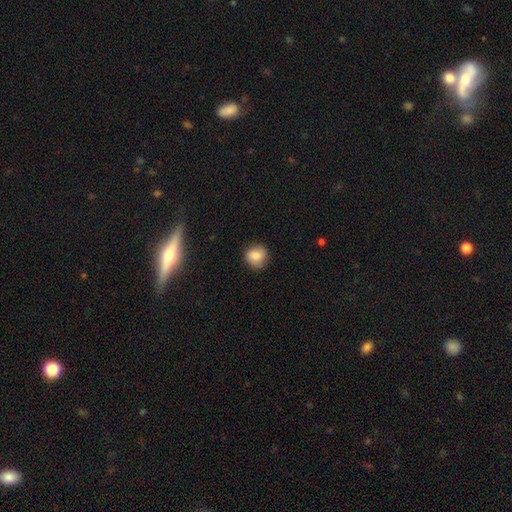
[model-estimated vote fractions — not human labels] A smooth galaxy with no disk features (81%) that is round (86%).

Vote fractions:
- Smooth or featured? smooth: 81% / featured or disk: 10% / star or artifact: 9%
- How rounded? round: 86% / in between: 13% / cigar-shaped: 1%
- Merging? none: 84% / minor disturbance: 12% / major disturbance: 3% / merger: 1%